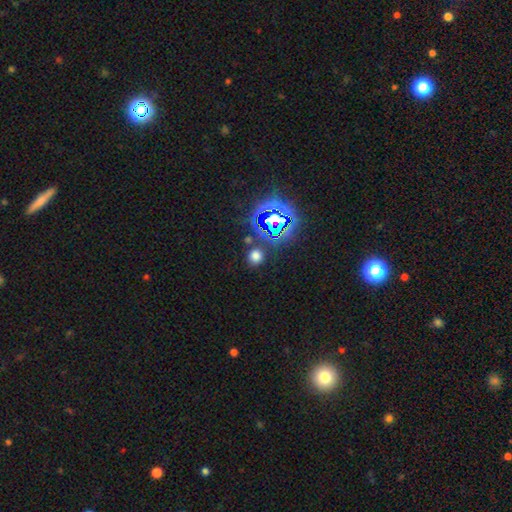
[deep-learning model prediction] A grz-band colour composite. It shows a smooth galaxy with no disk features (63%) that is round (86%). Merging: none (85%).